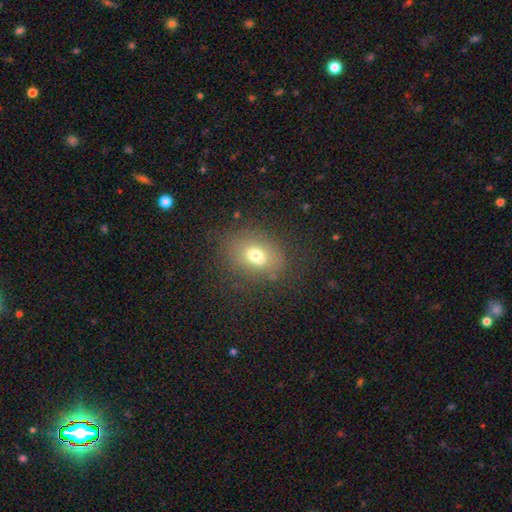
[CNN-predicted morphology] A smooth galaxy with no disk features (68%) that is in between round and cigar-shaped (58%).

Vote fractions:
- Smooth or featured? smooth: 68% / featured or disk: 17% / star or artifact: 14%
- How rounded? in between: 58% / round: 41% / cigar-shaped: 1%
- Merging? none: 75% / minor disturbance: 15% / major disturbance: 9% / merger: 2%